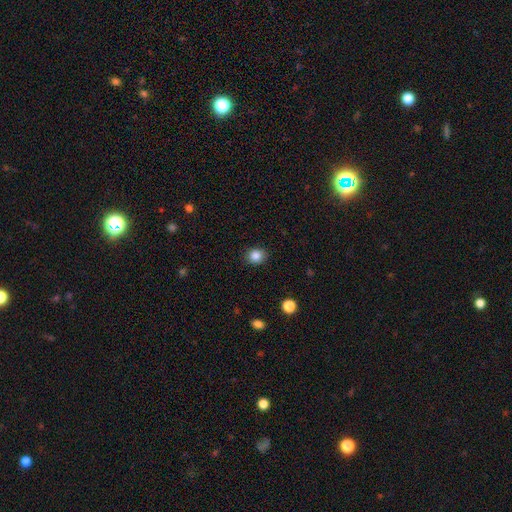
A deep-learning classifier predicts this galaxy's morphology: Smooth or featured? smooth (85%)
How rounded? round (70%)
Merging? none (89%)